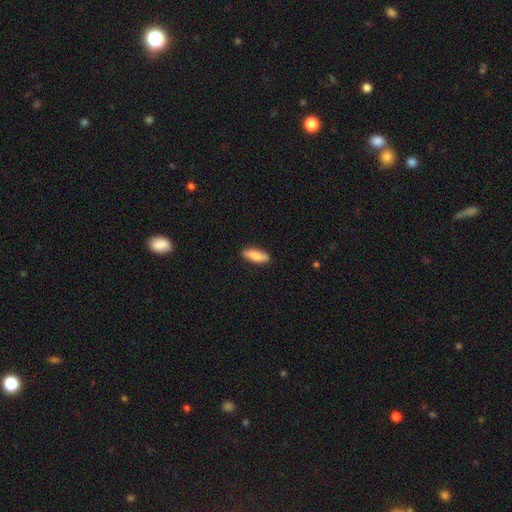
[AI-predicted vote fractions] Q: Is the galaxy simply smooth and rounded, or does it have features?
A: smooth — 84%.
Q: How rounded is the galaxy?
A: in between — 57%.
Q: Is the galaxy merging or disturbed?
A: none — 87%.